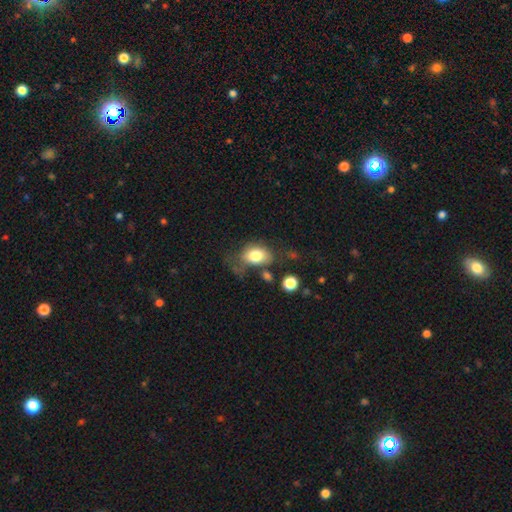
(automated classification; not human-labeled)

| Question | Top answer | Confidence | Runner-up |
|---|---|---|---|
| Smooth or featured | smooth | 77% | featured or disk (14%) |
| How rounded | in between | 75% | round (23%) |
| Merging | none | 43% | minor disturbance (26%) |